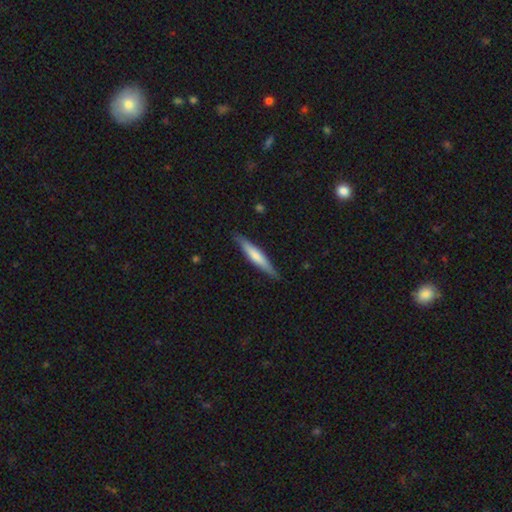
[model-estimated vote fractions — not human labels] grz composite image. It shows a smooth galaxy with no disk features (58%) that is cigar-shaped (91%). Merging: none (88%).